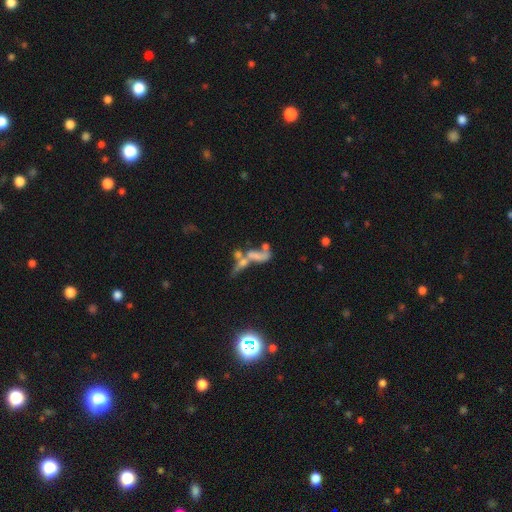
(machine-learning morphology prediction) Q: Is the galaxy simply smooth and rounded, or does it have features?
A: featured or disk — 47%.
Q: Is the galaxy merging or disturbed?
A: merger — 57%.